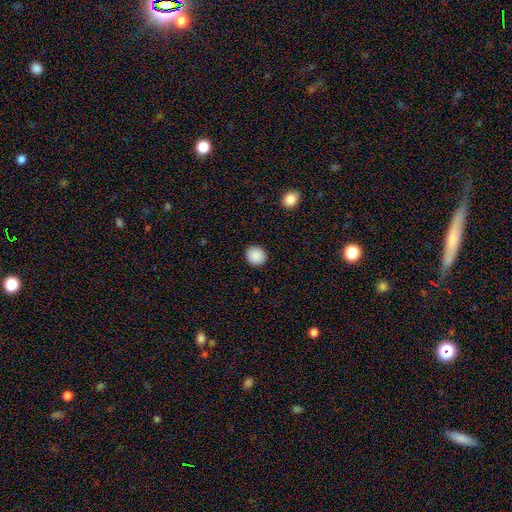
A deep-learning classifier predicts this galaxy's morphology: The model was most divided on "how rounded": round: 86%, in between: 13%, cigar-shaped: 1%. More confident: merging — none (92%); smooth or featured — smooth (90%).